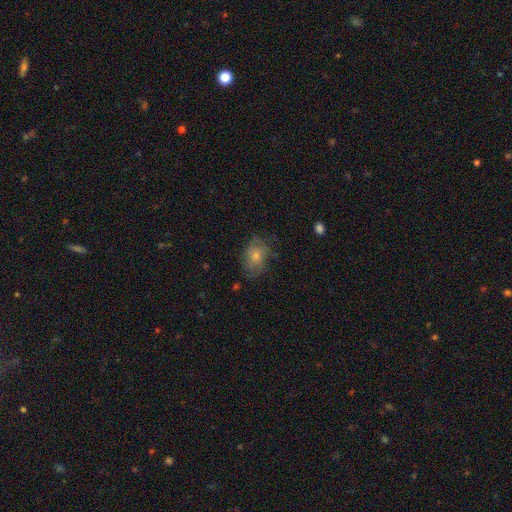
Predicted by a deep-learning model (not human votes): A smooth galaxy with no disk features (50%) that is in between round and cigar-shaped (70%).

Vote fractions:
- Smooth or featured? smooth: 50% / featured or disk: 36% / star or artifact: 14%
- How rounded? in between: 70% / round: 28% / cigar-shaped: 2%
- Merging? none: 70% / minor disturbance: 21% / major disturbance: 8% / merger: 1%